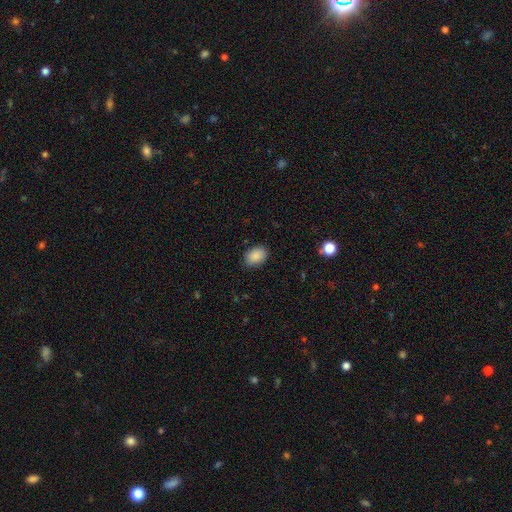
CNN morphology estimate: A smooth galaxy with no disk features (88%) that is in between round and cigar-shaped (82%). Merging: none (85%).